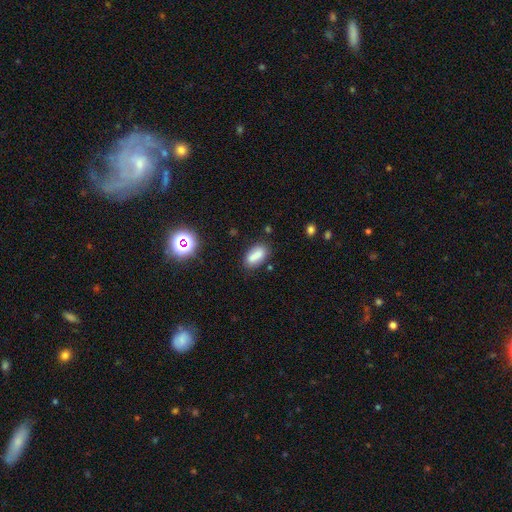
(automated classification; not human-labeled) A smooth galaxy with no disk features (79%) that is in between round and cigar-shaped (80%).

Vote fractions:
- Smooth or featured? smooth: 79% / featured or disk: 11% / star or artifact: 10%
- How rounded? in between: 80% / cigar-shaped: 15% / round: 5%
- Merging? none: 76% / minor disturbance: 15% / merger: 5% / major disturbance: 4%